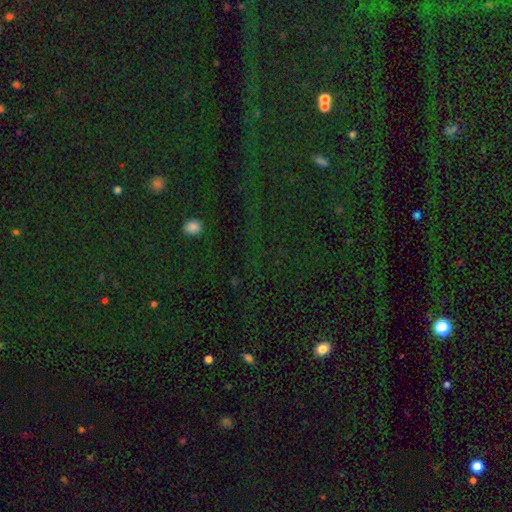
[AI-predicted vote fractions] Smooth or featured? Predicted: star or artifact (p=0.76).